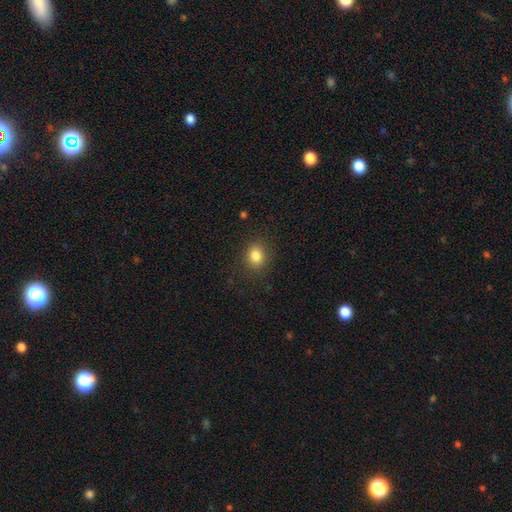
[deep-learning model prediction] Morphology: type=smooth (83%); roundness=round (60%); merging=none (87%).